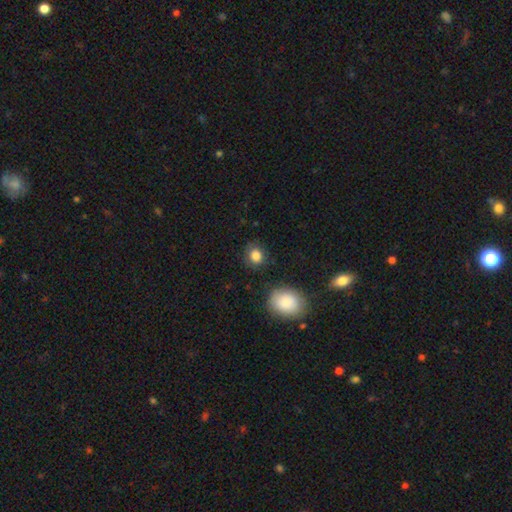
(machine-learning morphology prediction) smooth_or_featured: smooth (p=0.85) [alt: star or artifact p=0.09]
how_rounded: round (p=0.73) [alt: in between p=0.26]
merging: none (p=0.83) [alt: minor disturbance p=0.11]